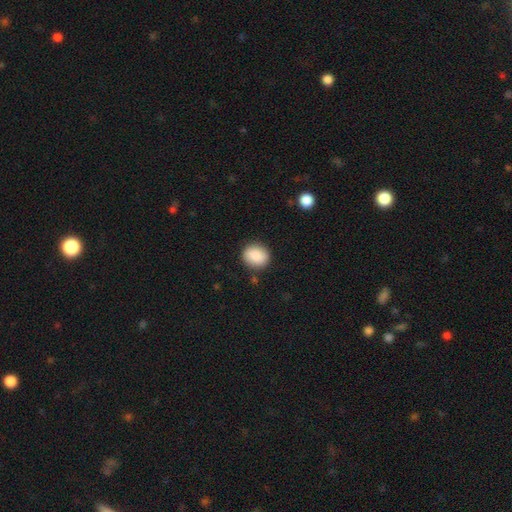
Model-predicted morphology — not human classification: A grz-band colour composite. It shows a smooth galaxy with no disk features (87%) that is round (77%). Merging: none (86%).